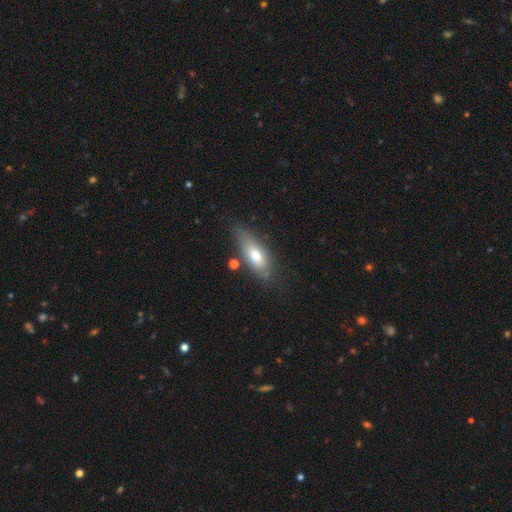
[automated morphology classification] Smooth or featured? Predicted: smooth (p=0.65). How rounded? Predicted: in between (p=0.73). Merging? Predicted: none (p=0.63).